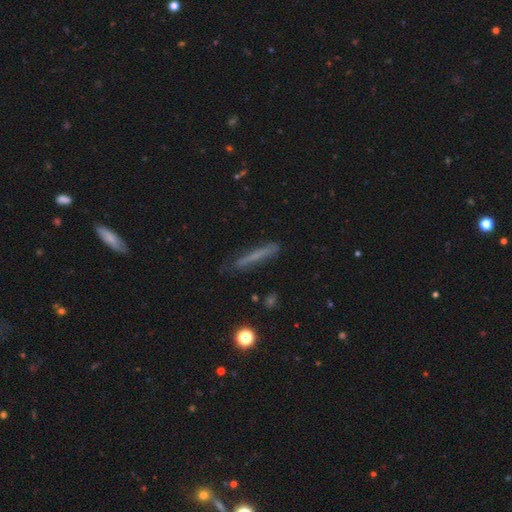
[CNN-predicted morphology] A smooth galaxy with no disk features (55%) that is cigar-shaped (94%).

Vote fractions:
- Smooth or featured? smooth: 55% / featured or disk: 35% / star or artifact: 10%
- How rounded? cigar-shaped: 94% / in between: 4% / round: 2%
- Merging? none: 80% / minor disturbance: 15% / major disturbance: 4% / merger: 2%